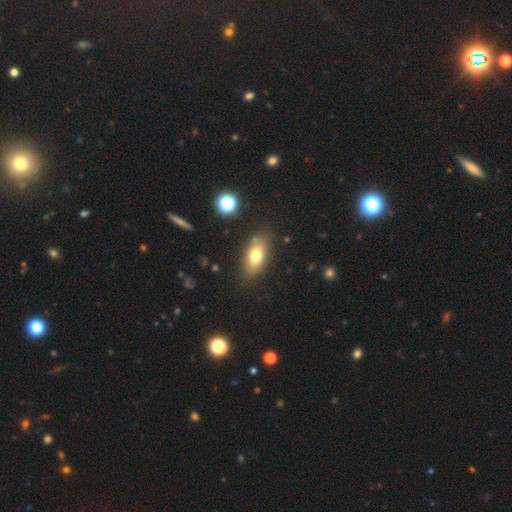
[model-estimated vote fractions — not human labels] smooth 73%, featured or disk 17%, star or artifact 9%. Down the decision tree: how rounded — in between (84%); merging — none (80%).